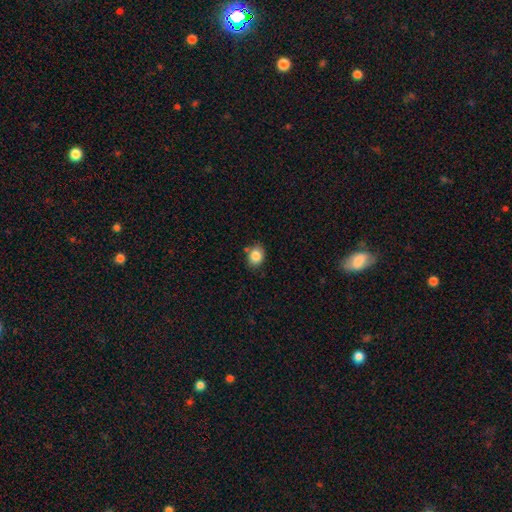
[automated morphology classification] smooth_or_featured: smooth (p=0.85) [alt: star or artifact p=0.09]
how_rounded: in between (p=0.56) [alt: round p=0.43]
merging: none (p=0.76) [alt: minor disturbance p=0.15]